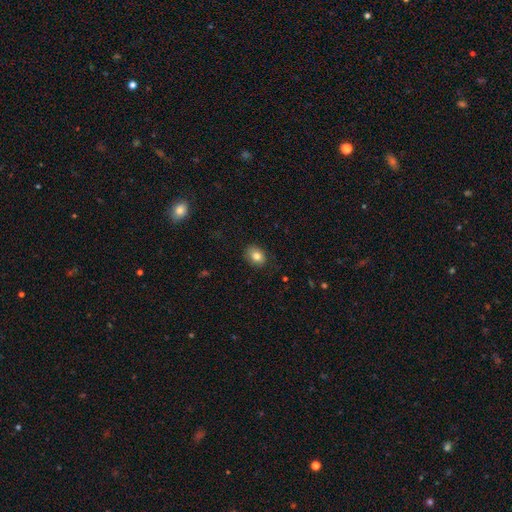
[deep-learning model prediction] A smooth galaxy with no disk features (82%) that is in between round and cigar-shaped (53%).

Vote fractions:
- Smooth or featured? smooth: 82% / star or artifact: 10% / featured or disk: 9%
- How rounded? in between: 53% / round: 46% / cigar-shaped: 1%
- Merging? none: 83% / minor disturbance: 13% / major disturbance: 3% / merger: 1%